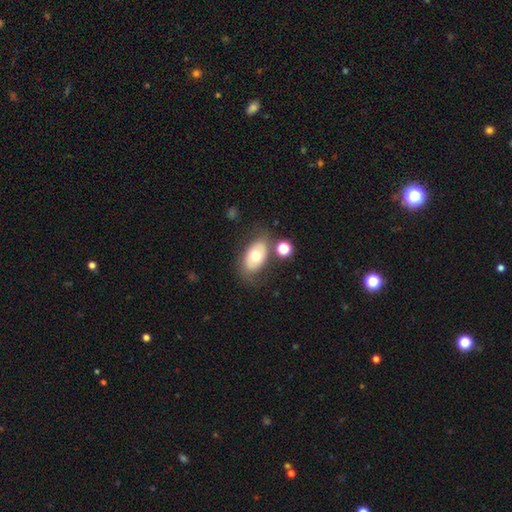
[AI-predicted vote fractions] A smooth galaxy with no disk features (64%) that is in between round and cigar-shaped (90%).

Vote fractions:
- Smooth or featured? smooth: 64% / featured or disk: 29% / star or artifact: 8%
- How rounded? in between: 90% / round: 8% / cigar-shaped: 2%
- Merging? none: 67% / minor disturbance: 16% / merger: 11% / major disturbance: 7%